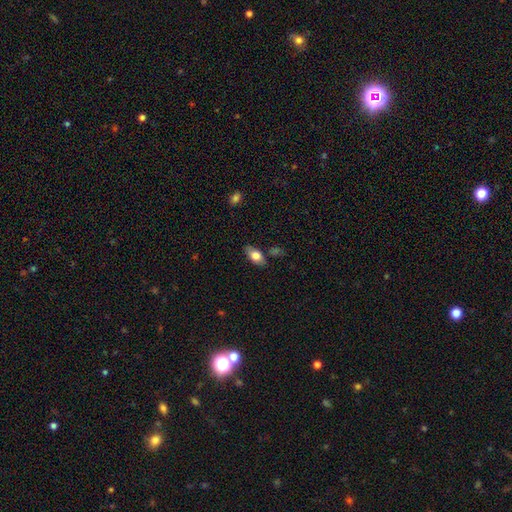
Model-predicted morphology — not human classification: This appears to be a smooth galaxy with no disk features (75%) that is in between round and cigar-shaped (89%). Merging: none (78%).